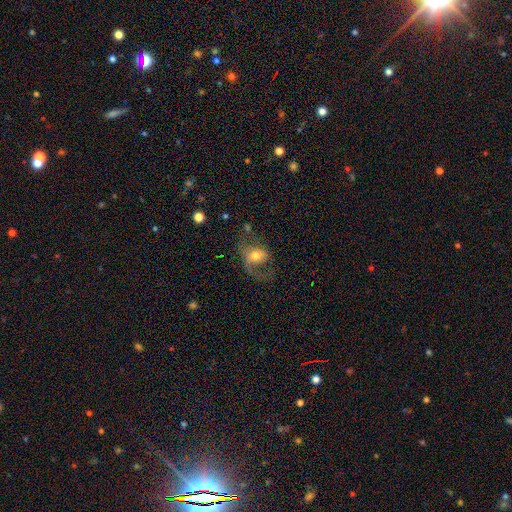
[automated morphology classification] A featured or disk galaxy (52%) with no bar (58%), spiral arms (70%) and a moderate central bulge (69%).

Vote fractions:
- Smooth or featured? featured or disk: 52% / smooth: 39% / star or artifact: 9%
- Edge-on disk? no: 96% / yes: 4%
- Bar? no: 58% / weak: 30% / strong: 11%
- Spiral arms? yes: 70% / no: 30%
- Bulge size? moderate: 69% / small: 17% / large: 11% / dominant: 2% / none: 2%
- Merging? major disturbance: 40% / none: 36% / minor disturbance: 21% / merger: 3%